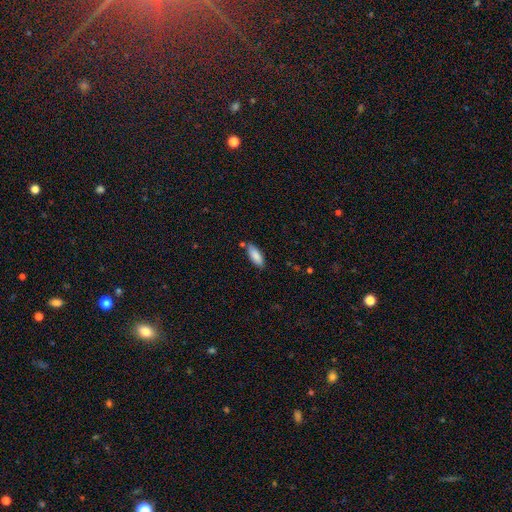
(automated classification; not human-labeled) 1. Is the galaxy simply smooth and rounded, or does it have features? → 87% smooth, 7% featured or disk, 6% star or artifact.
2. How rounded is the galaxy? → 72% in between, 26% cigar-shaped, 2% round.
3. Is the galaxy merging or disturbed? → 78% none, 14% minor disturbance, 5% merger, 3% major disturbance.